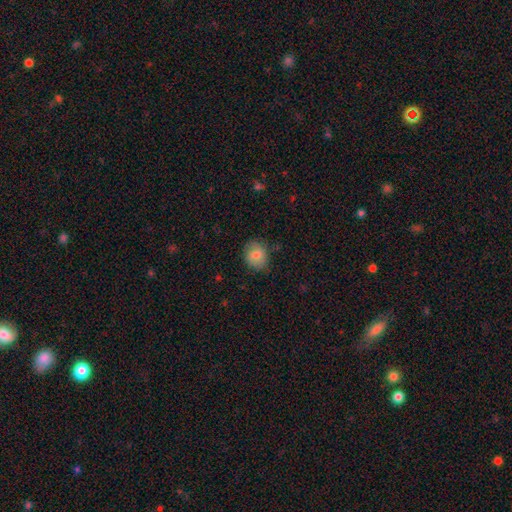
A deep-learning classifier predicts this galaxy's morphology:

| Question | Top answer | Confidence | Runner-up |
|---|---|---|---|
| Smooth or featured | smooth | 80% | featured or disk (12%) |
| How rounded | round | 62% | in between (37%) |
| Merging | none | 78% | minor disturbance (17%) |